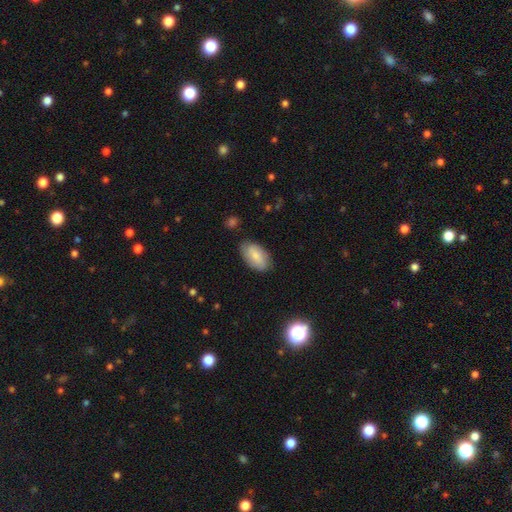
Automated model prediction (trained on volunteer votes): smooth-or-featured: smooth: 77% | featured or disk: 17% | star or artifact: 6%
  how-rounded: in between: 94% | round: 3% | cigar-shaped: 3%
  merging: none: 79% | minor disturbance: 16% | major disturbance: 3% | merger: 2%